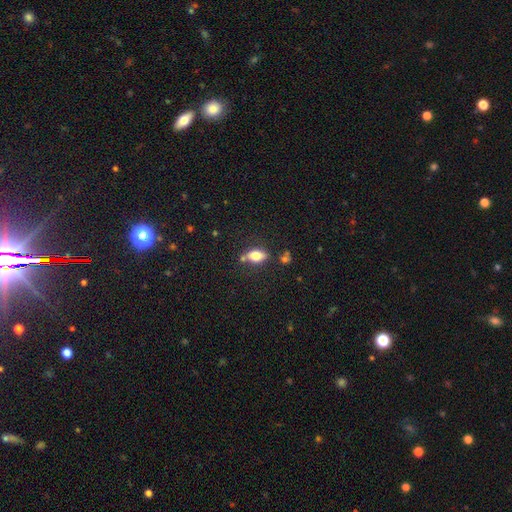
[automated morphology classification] Smooth or featured?
  - smooth: 74% *
  - featured or disk: 17%
  - star or artifact: 9%
How rounded?
  - in between: 82% *
  - round: 11%
  - cigar-shaped: 7%
Merging?
  - none: 70% *
  - minor disturbance: 15%
  - merger: 11%
  - major disturbance: 4%